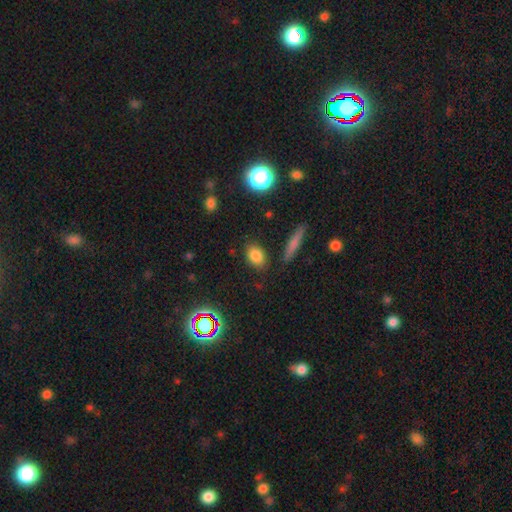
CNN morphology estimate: Smooth or featured? Predicted: smooth (p=0.81). How rounded? Predicted: in between (p=0.73). Merging? Predicted: none (p=0.82).